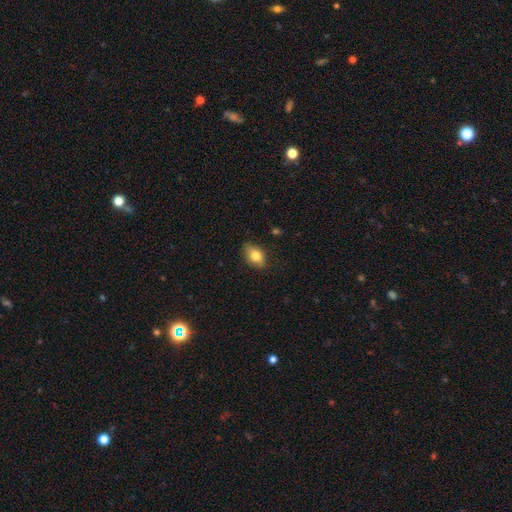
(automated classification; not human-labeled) Q: Smooth or featured?
A: smooth (78%); runner-up: featured or disk (14%)
Q: How rounded?
A: in between (84%); runner-up: round (13%)
Q: Merging?
A: none (79%); runner-up: minor disturbance (17%)